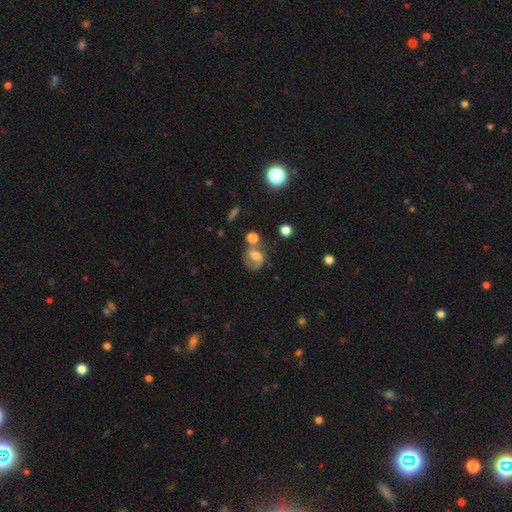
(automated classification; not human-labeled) Smooth or featured? featured or disk (57%)
Edge-on disk? no (97%)
Bar? weak (44%)
Spiral arms? yes (84%)
Bulge size? moderate (50%)
Merging? none (44%)